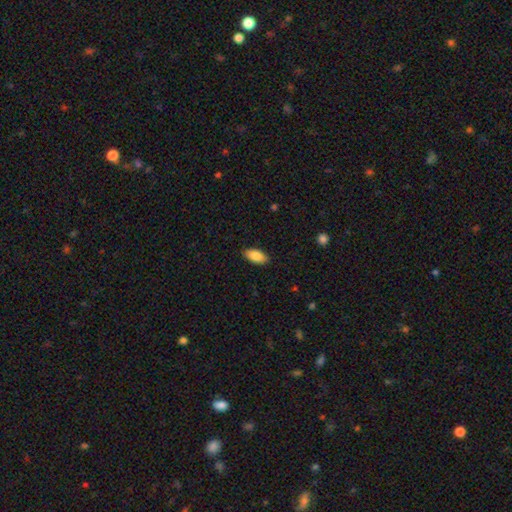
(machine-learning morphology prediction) Overall: smooth (86%). How rounded: in between (93%). Merging: none (88%).